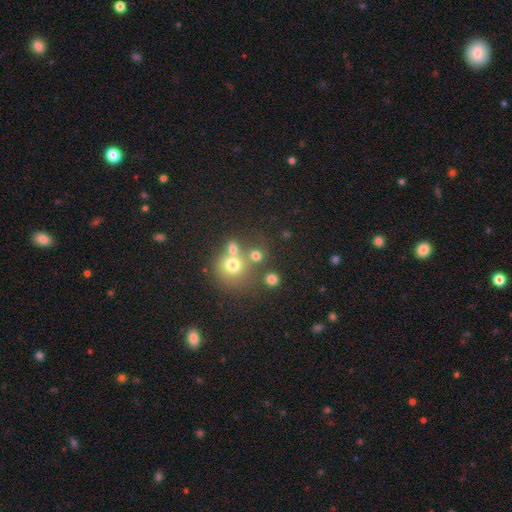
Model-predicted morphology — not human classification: Smooth or featured? Predicted: smooth (p=0.70). How rounded? Predicted: round (p=0.83). Merging? Predicted: none (p=0.56).